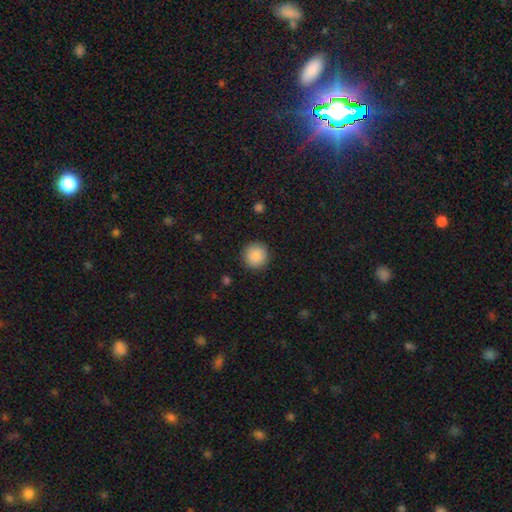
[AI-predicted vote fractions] The model was most divided on "smooth or featured": smooth: 89%, star or artifact: 8%, featured or disk: 3%. More confident: how rounded — round (95%); merging — none (92%).